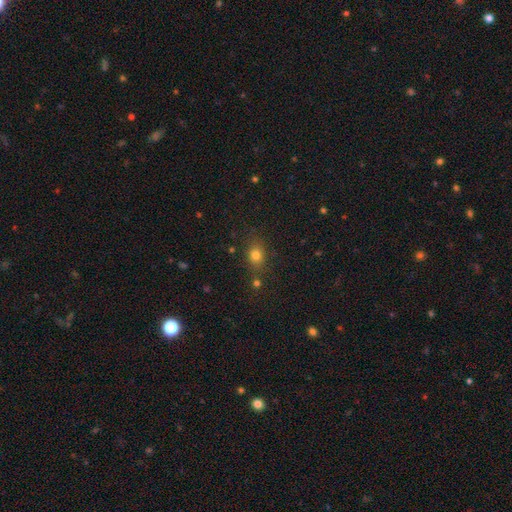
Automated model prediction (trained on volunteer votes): A smooth galaxy with no disk features (77%) that is in between round and cigar-shaped (53%).

Vote fractions:
- Smooth or featured? smooth: 77% / star or artifact: 15% / featured or disk: 8%
- How rounded? in between: 53% / round: 45% / cigar-shaped: 2%
- Merging? none: 76% / minor disturbance: 13% / merger: 6% / major disturbance: 5%